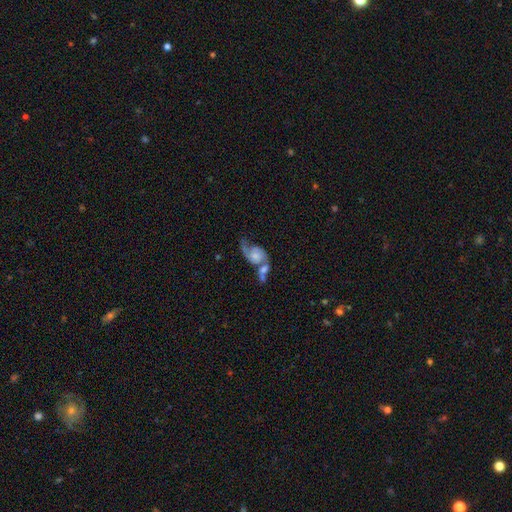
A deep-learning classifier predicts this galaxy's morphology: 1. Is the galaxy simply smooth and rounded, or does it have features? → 62% featured or disk, 31% smooth, 8% star or artifact.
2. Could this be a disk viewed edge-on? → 96% no, 4% yes.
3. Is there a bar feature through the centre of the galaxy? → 76% no, 20% weak, 4% strong.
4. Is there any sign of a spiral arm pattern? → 83% yes, 17% no.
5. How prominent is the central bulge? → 32% small, 30% moderate, 20% none, 14% large, 4% dominant.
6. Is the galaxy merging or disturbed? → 57% merger, 18% major disturbance, 15% none, 11% minor disturbance.